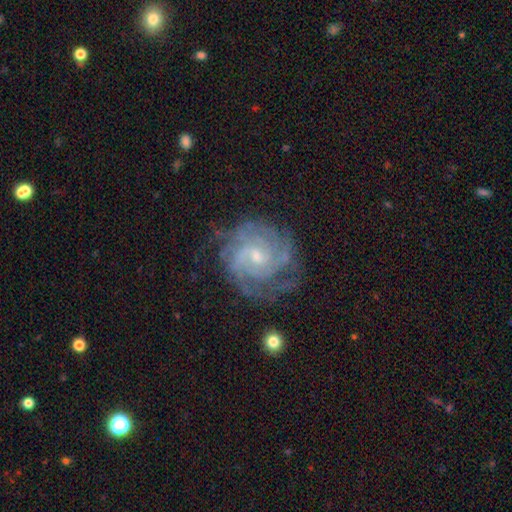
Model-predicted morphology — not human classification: Overall: featured or disk (88%). Edge-on disk: no (98%). Bar: no (53%; weak 40%). Spiral arms: yes (97%). Spiral arm count: can't tell (27%; 3 23%). Spiral winding: tight (69%). Bulge size: small (63%; moderate 32%). Merging: none (71%).